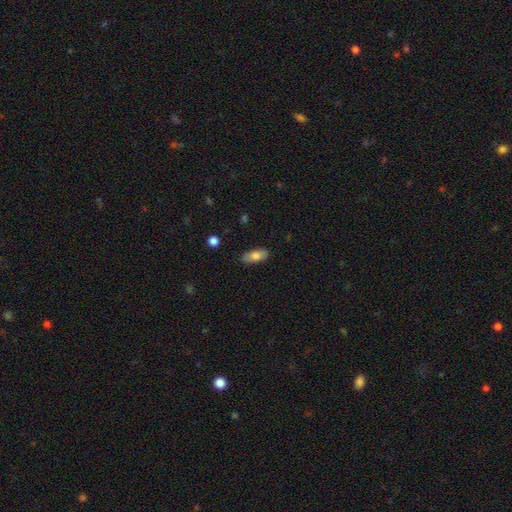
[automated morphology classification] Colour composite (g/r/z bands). It shows a smooth galaxy with no disk features (76%) that is in between round and cigar-shaped (85%). Merging: none (84%).